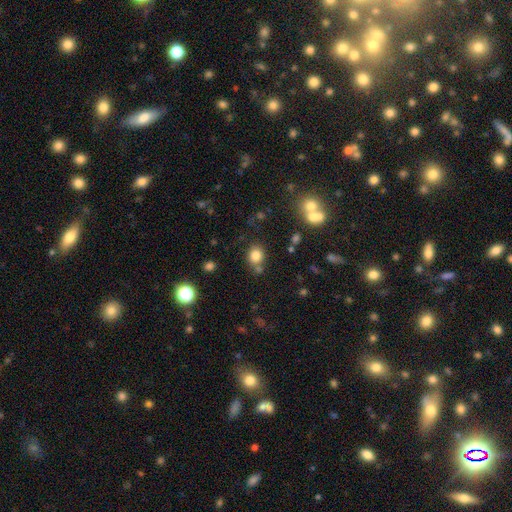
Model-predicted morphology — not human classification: Q: Smooth or featured?
A: smooth (81%); runner-up: star or artifact (12%)
Q: How rounded?
A: round (69%); runner-up: in between (30%)
Q: Merging?
A: none (71%); runner-up: merger (13%)